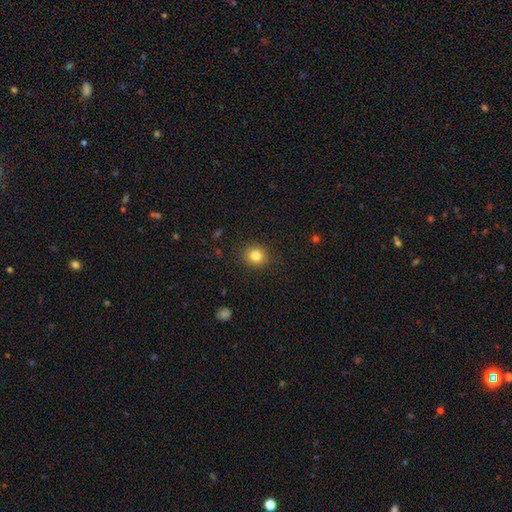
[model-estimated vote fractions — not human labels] Q: Smooth or featured?
A: smooth (83%); runner-up: star or artifact (11%)
Q: How rounded?
A: round (82%); runner-up: in between (17%)
Q: Merging?
A: none (89%); runner-up: minor disturbance (8%)